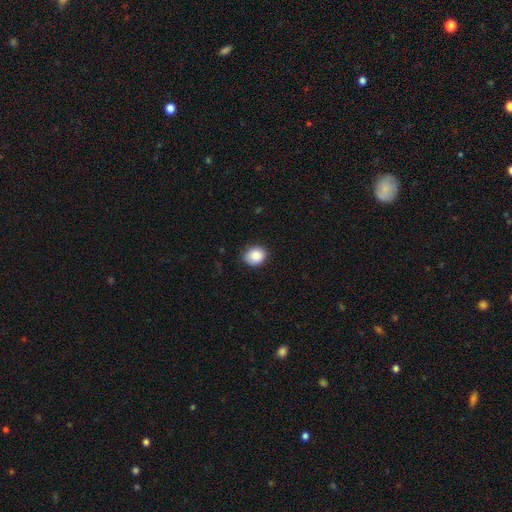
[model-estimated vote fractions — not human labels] Q: Smooth or featured?
A: smooth (88%); runner-up: star or artifact (8%)
Q: How rounded?
A: round (66%); runner-up: in between (33%)
Q: Merging?
A: none (84%); runner-up: minor disturbance (13%)